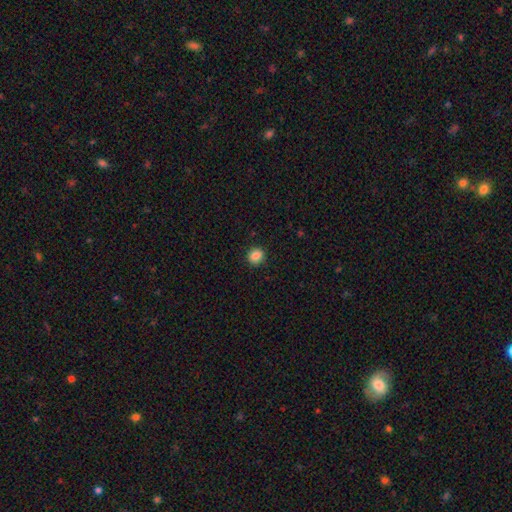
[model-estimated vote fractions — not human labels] smooth_or_featured: smooth (p=0.86) [alt: star or artifact p=0.10]
how_rounded: round (p=0.73) [alt: in between p=0.26]
merging: none (p=0.90) [alt: minor disturbance p=0.07]